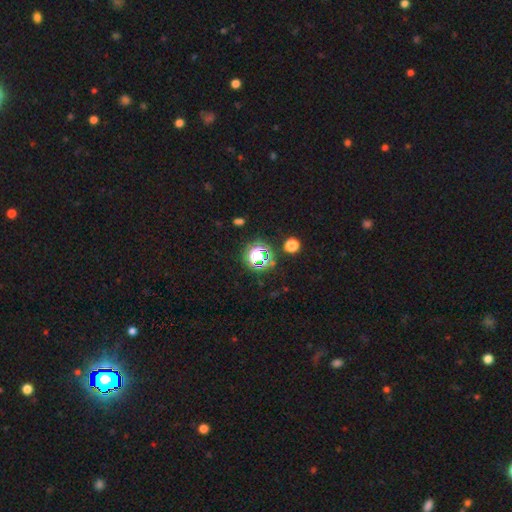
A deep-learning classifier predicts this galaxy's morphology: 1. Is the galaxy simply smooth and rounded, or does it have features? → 61% star or artifact, 30% smooth, 10% featured or disk.